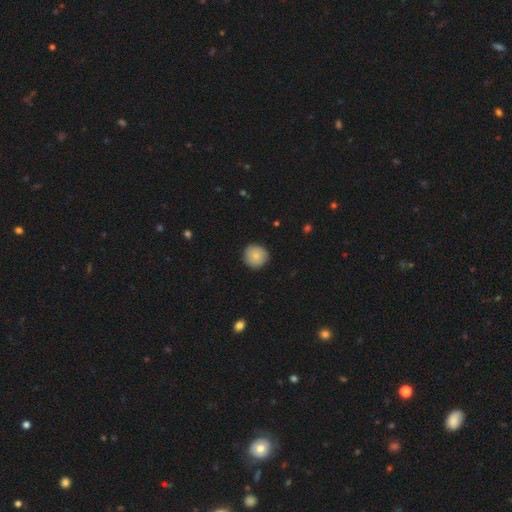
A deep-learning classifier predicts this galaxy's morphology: Smooth or featured? smooth (83%)
How rounded? round (94%)
Merging? none (90%)